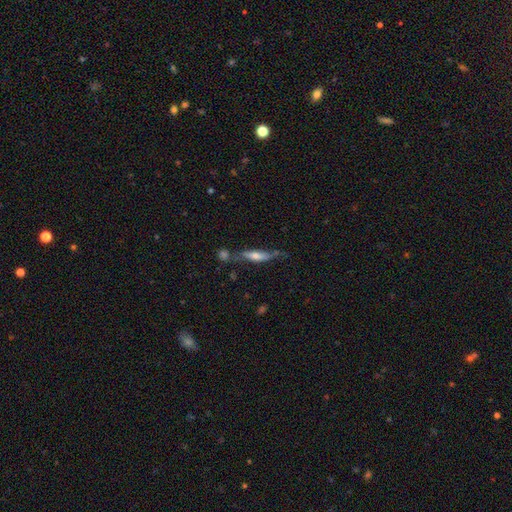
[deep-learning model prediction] Q: Smooth or featured?
A: featured or disk (56%); runner-up: smooth (36%)
Q: Edge-on disk?
A: yes (84%); runner-up: no (16%)
Q: Merging?
A: none (58%); runner-up: minor disturbance (20%)